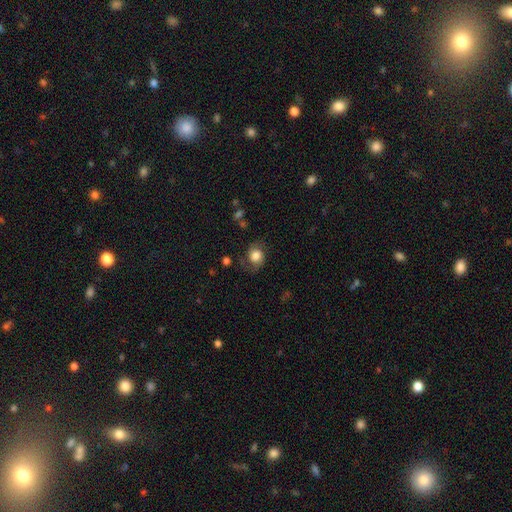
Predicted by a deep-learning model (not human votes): This is likely a smooth galaxy (66%). How rounded: likely round (61%). Merging: likely none (65%).